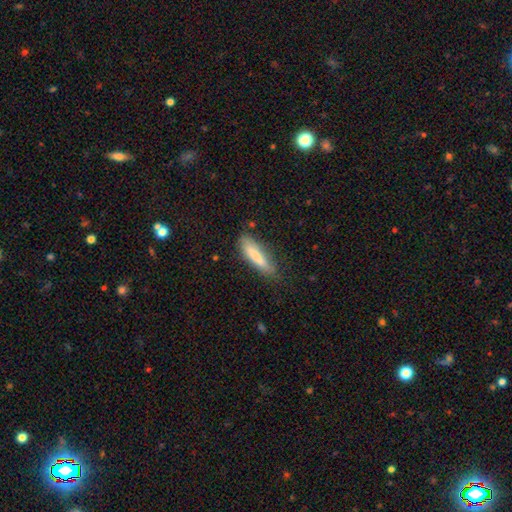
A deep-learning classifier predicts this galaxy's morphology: Overall: smooth (81%). How rounded: cigar-shaped (71%). Merging: none (71%).